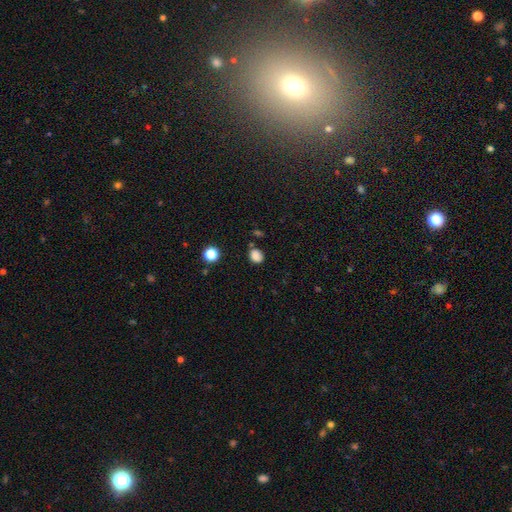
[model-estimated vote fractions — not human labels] Smooth or featured?
  - smooth: 82% *
  - star or artifact: 14%
  - featured or disk: 4%
How rounded?
  - round: 64% *
  - in between: 35%
  - cigar-shaped: 1%
Merging?
  - none: 75% *
  - minor disturbance: 15%
  - merger: 5%
  - major disturbance: 4%